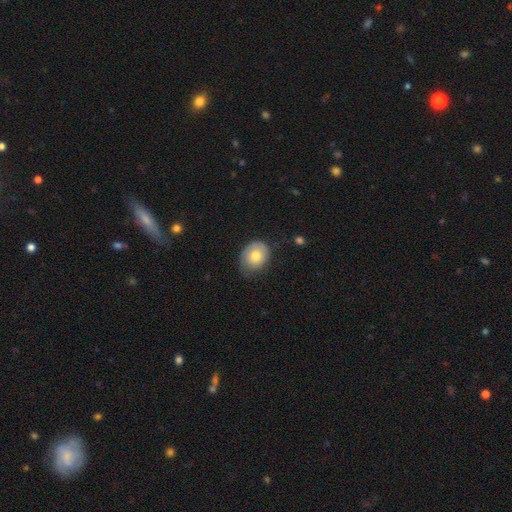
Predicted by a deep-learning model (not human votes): This is likely a smooth galaxy (71%). How rounded: possibly in between (51%). Merging: possibly none (56%).